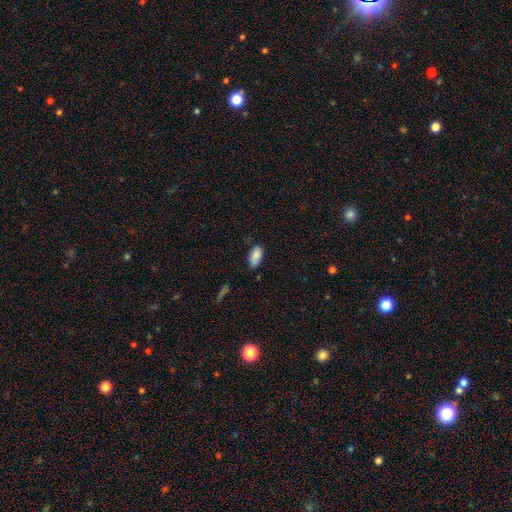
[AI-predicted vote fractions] A smooth galaxy with no disk features (85%) that is in between round and cigar-shaped (93%).

Vote fractions:
- Smooth or featured? smooth: 85% / featured or disk: 8% / star or artifact: 7%
- How rounded? in between: 93% / cigar-shaped: 4% / round: 3%
- Merging? none: 68% / minor disturbance: 25% / major disturbance: 5% / merger: 2%